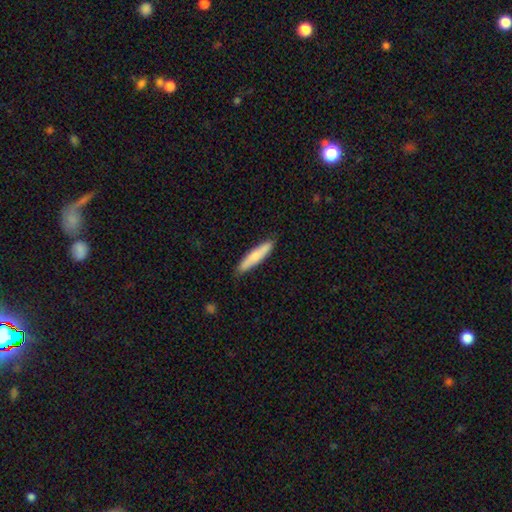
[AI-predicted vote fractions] Smooth or featured? smooth (72%)
How rounded? cigar-shaped (87%)
Merging? none (87%)